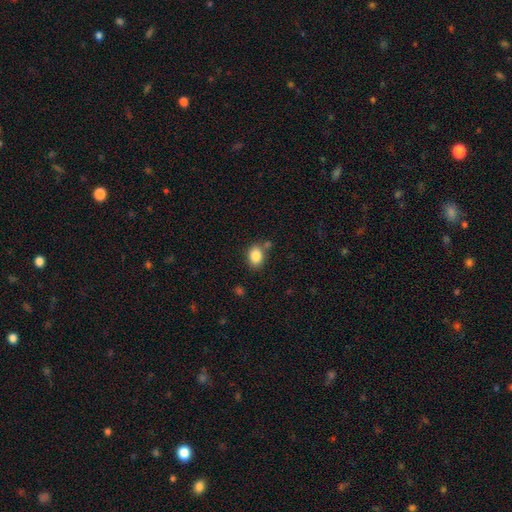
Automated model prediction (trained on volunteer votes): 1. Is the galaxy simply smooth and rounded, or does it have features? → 86% smooth, 9% star or artifact, 5% featured or disk.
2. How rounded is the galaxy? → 70% in between, 29% round, 1% cigar-shaped.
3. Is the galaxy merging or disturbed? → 71% none, 15% minor disturbance, 10% merger, 4% major disturbance.